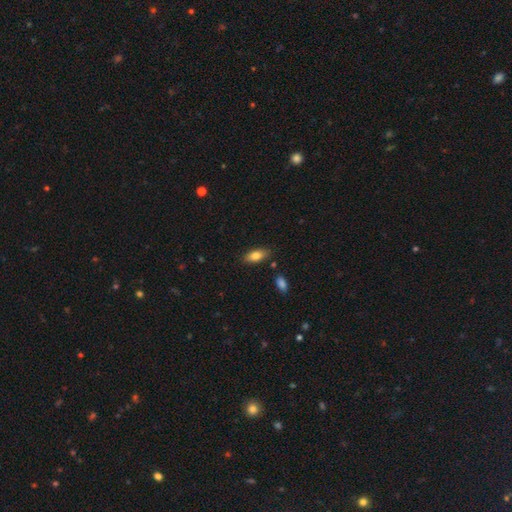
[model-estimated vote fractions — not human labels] Smooth or featured? Predicted: smooth (p=0.80). How rounded? Predicted: in between (p=0.86). Merging? Predicted: none (p=0.84).